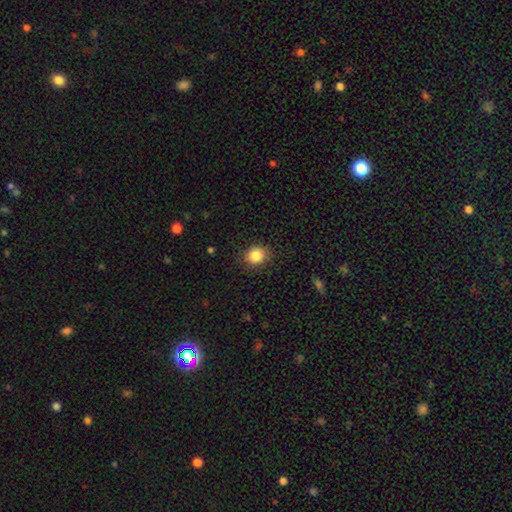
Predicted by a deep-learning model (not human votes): Smooth or featured? Predicted: smooth (p=0.85). How rounded? Predicted: round (p=0.72). Merging? Predicted: none (p=0.86).